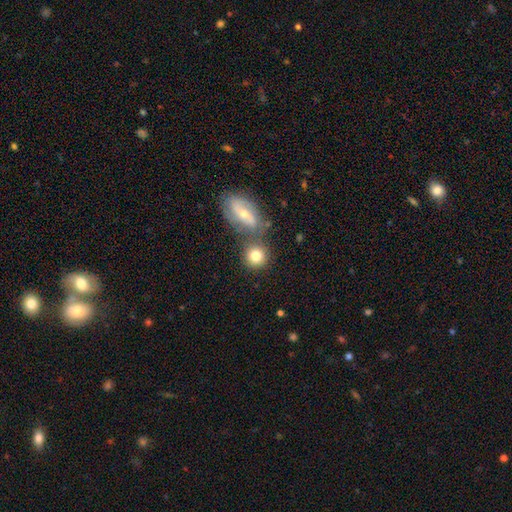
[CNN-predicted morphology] smooth-or-featured: smooth: 77% | featured or disk: 15% | star or artifact: 8%
  how-rounded: round: 85% | in between: 14% | cigar-shaped: 1%
  merging: none: 60% | merger: 26% | minor disturbance: 10% | major disturbance: 4%